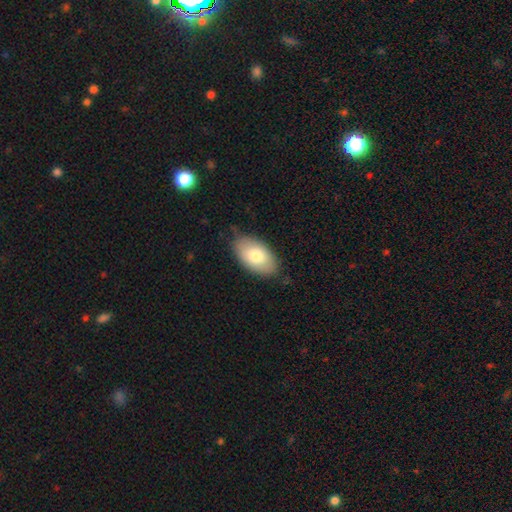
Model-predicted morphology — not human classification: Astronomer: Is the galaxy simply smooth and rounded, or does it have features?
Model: smooth — 75%.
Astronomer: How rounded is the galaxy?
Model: in between — 94%.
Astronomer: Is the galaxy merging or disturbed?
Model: none — 81%.